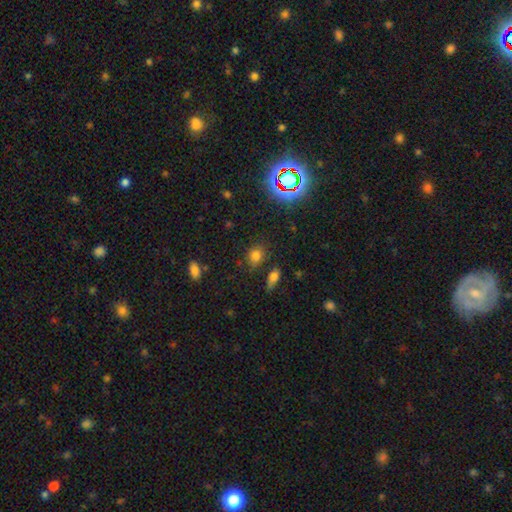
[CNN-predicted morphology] The model was most divided on "how rounded": round: 57%, in between: 41%, cigar-shaped: 2%. More confident: merging — none (76%); smooth or featured — smooth (72%).